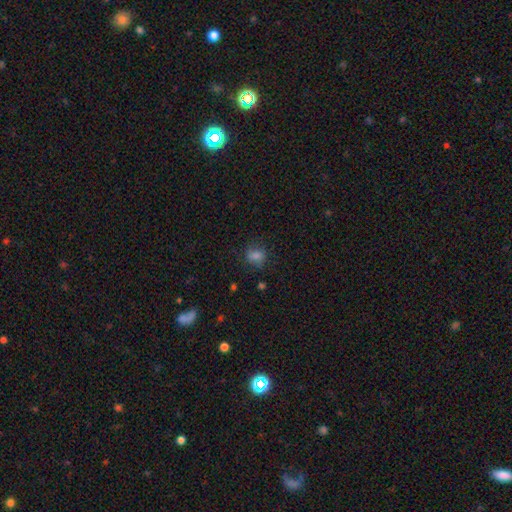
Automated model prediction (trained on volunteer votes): Q: Smooth or featured?
A: smooth (67%); runner-up: star or artifact (18%)
Q: How rounded?
A: round (56%); runner-up: in between (43%)
Q: Merging?
A: none (70%); runner-up: minor disturbance (19%)